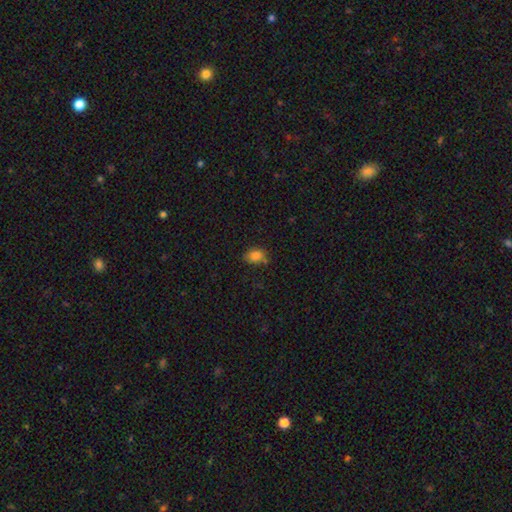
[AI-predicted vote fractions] The model was most divided on "how rounded": in between: 68%, round: 30%, cigar-shaped: 1%. More confident: smooth or featured — smooth (83%); merging — none (68%).